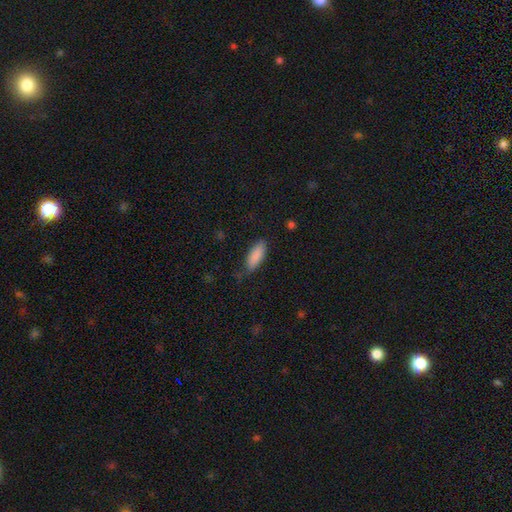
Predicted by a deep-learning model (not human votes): smooth-or-featured: smooth: 88% | star or artifact: 6% | featured or disk: 5%
  how-rounded: in between: 73% | cigar-shaped: 26% | round: 2%
  merging: none: 77% | minor disturbance: 18% | major disturbance: 4% | merger: 2%